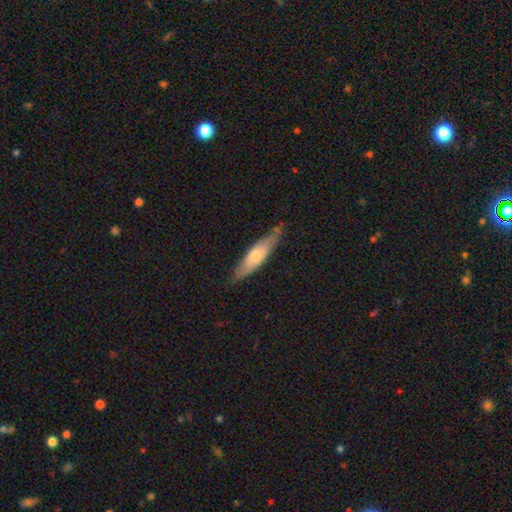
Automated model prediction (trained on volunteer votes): Smooth or featured? smooth (54%)
How rounded? cigar-shaped (68%)
Merging? none (76%)